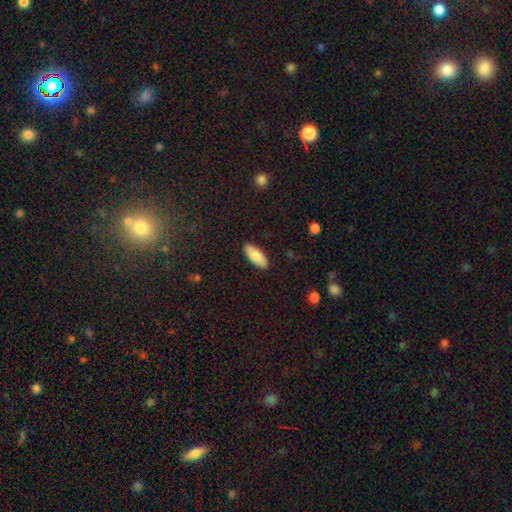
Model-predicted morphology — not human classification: A smooth galaxy with no disk features (84%) that is in between round and cigar-shaped (77%).

Vote fractions:
- Smooth or featured? smooth: 84% / featured or disk: 10% / star or artifact: 6%
- How rounded? in between: 77% / cigar-shaped: 21% / round: 2%
- Merging? none: 89% / minor disturbance: 8% / major disturbance: 2% / merger: 1%